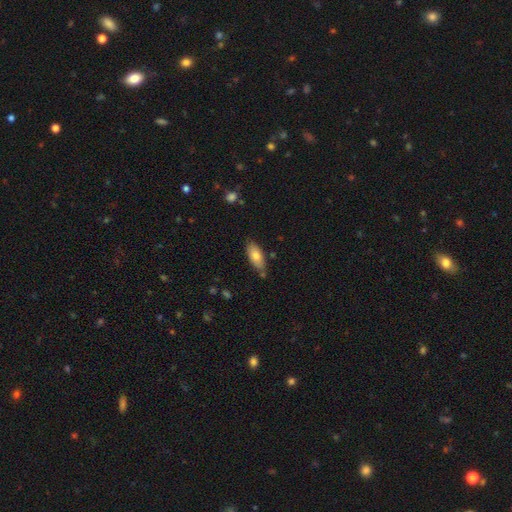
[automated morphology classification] Smooth or featured? Predicted: smooth (p=0.77). How rounded? Predicted: in between (p=0.83). Merging? Predicted: none (p=0.74).